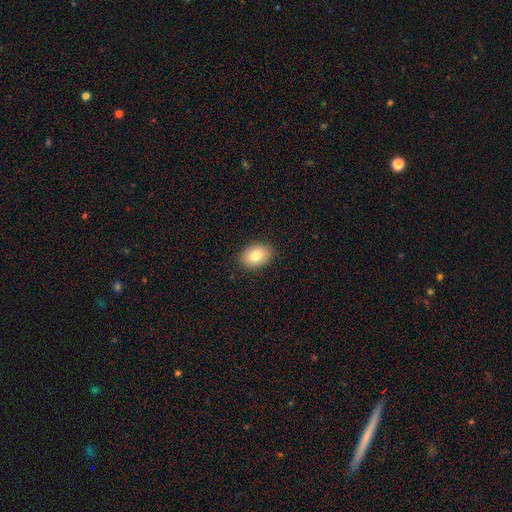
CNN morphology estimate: smooth_or_featured: smooth (p=0.80) [alt: featured or disk p=0.11]
how_rounded: in between (p=0.77) [alt: round p=0.22]
merging: none (p=0.88) [alt: minor disturbance p=0.09]